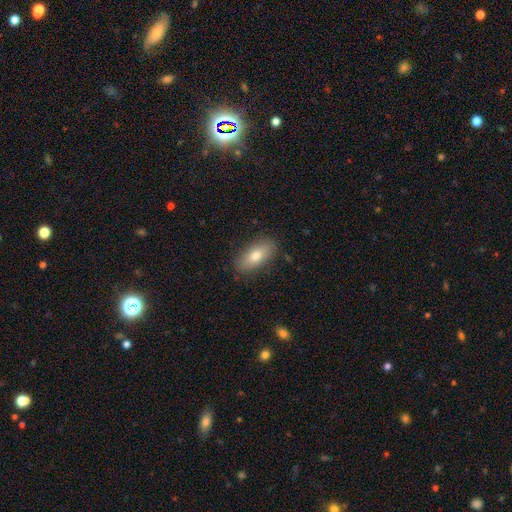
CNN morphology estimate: A smooth galaxy with no disk features (75%) that is in between round and cigar-shaped (86%).

Vote fractions:
- Smooth or featured? smooth: 75% / featured or disk: 18% / star or artifact: 7%
- How rounded? in between: 86% / cigar-shaped: 10% / round: 4%
- Merging? none: 86% / minor disturbance: 10% / major disturbance: 2% / merger: 1%